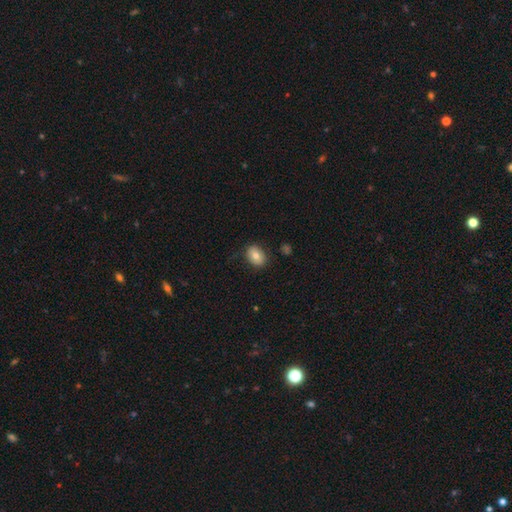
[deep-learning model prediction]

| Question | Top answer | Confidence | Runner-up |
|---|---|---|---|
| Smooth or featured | smooth | 77% | featured or disk (14%) |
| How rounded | in between | 77% | round (22%) |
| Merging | none | 82% | minor disturbance (13%) |